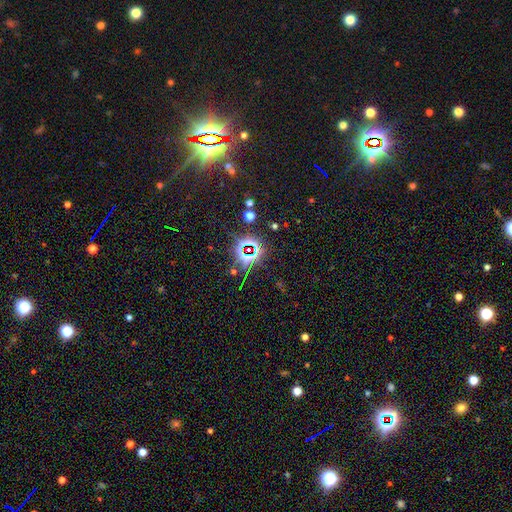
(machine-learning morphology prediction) Smooth or featured? star or artifact (85%)